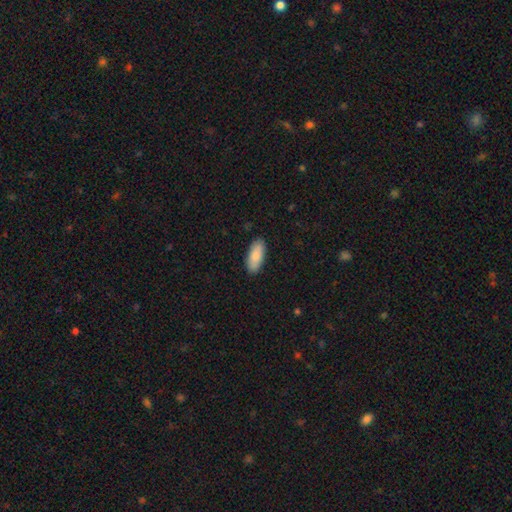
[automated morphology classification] Smooth or featured: smooth — 87% (featured or disk — 7%)
How rounded: in between — 81% (cigar-shaped — 17%)
Merging: none — 89% (minor disturbance — 8%)